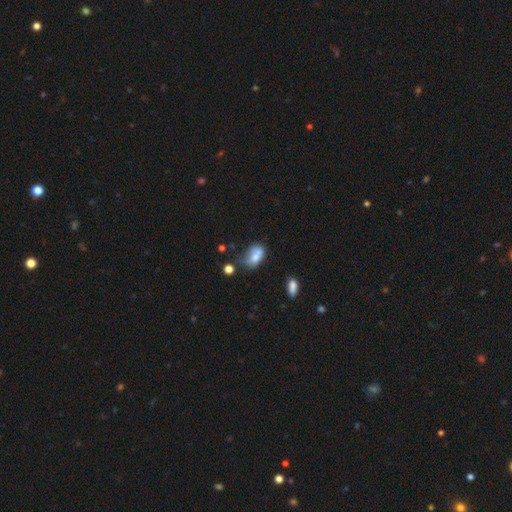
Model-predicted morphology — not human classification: The model was most divided on "merging": minor disturbance: 31%, none: 28%, major disturbance: 21%, merger: 20%. More confident: how rounded — in between (82%); smooth or featured — smooth (69%).